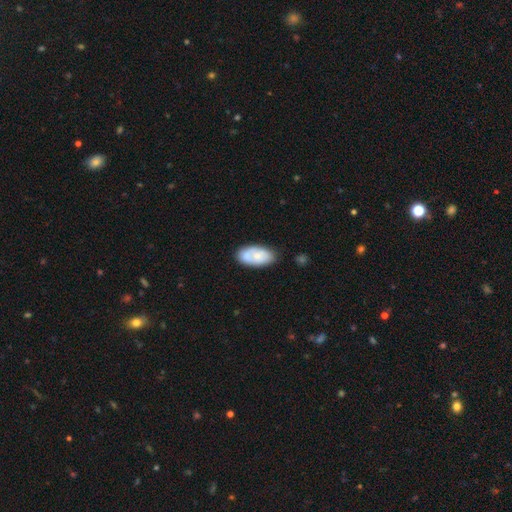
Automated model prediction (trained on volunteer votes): Smooth or featured? smooth (63%)
How rounded? in between (94%)
Merging? none (66%)